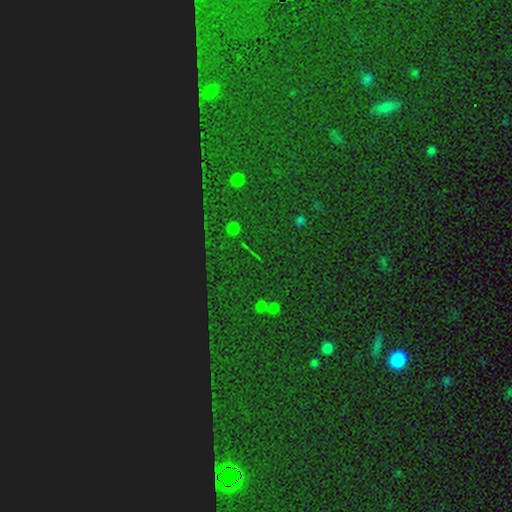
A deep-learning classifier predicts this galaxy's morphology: star or artifact 84%, smooth 9%, featured or disk 7%.